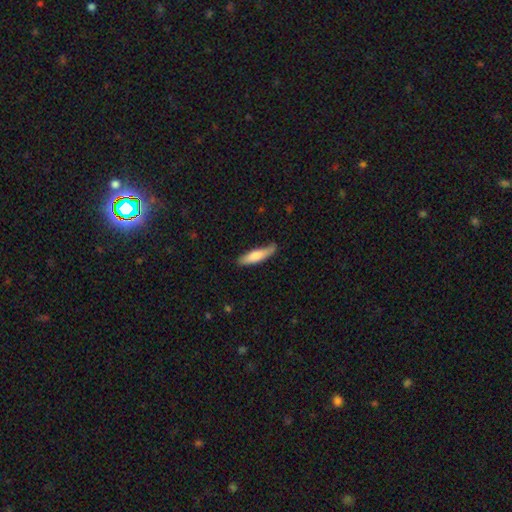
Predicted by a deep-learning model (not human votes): A smooth galaxy with no disk features (75%) that is cigar-shaped (73%). Merging: none (69%).